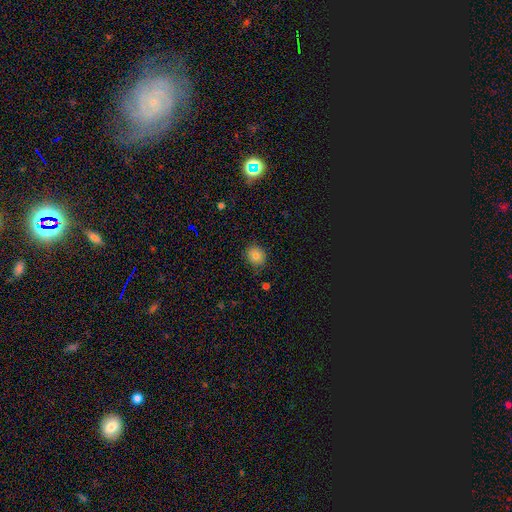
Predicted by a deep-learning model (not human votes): Smooth or featured? smooth (78%)
How rounded? round (78%)
Merging? none (83%)